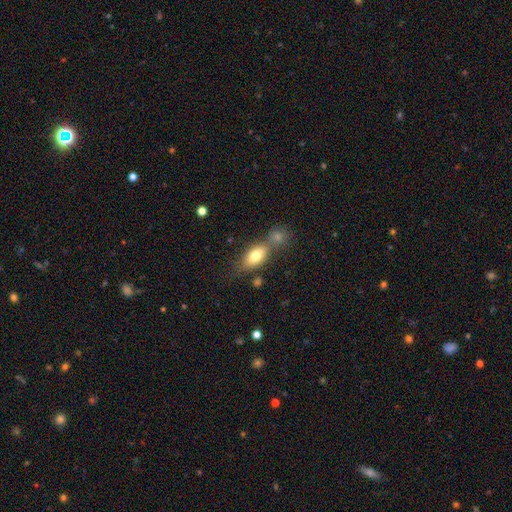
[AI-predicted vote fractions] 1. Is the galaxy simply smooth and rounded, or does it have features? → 76% smooth, 17% featured or disk, 8% star or artifact.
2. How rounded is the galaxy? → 85% in between, 8% round, 8% cigar-shaped.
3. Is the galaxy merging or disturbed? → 49% none, 33% merger, 13% minor disturbance, 5% major disturbance.